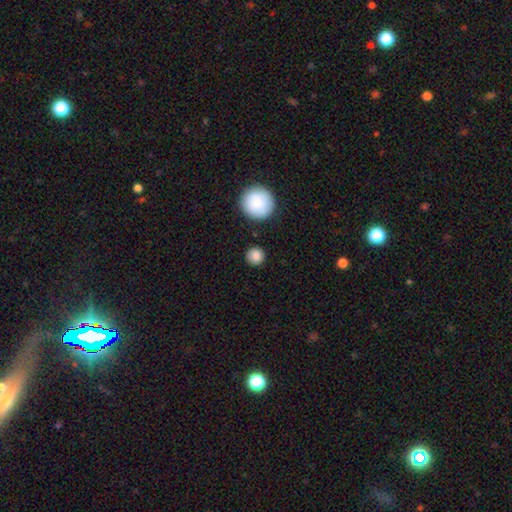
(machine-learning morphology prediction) This is clearly a smooth galaxy (86%). How rounded: clearly round (94%). Merging: clearly none (87%).